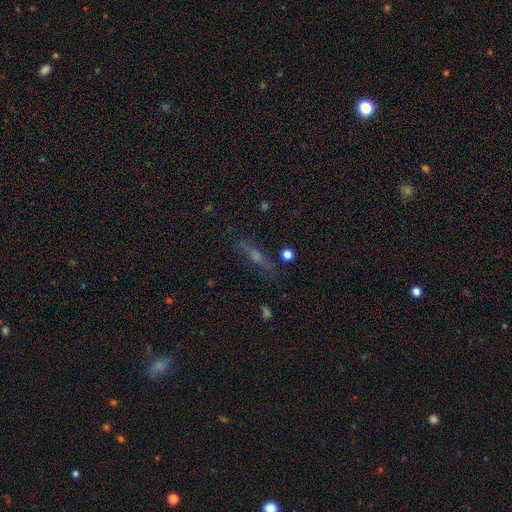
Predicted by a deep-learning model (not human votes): Smooth or featured? featured or disk (50%)
Merging? none (79%)